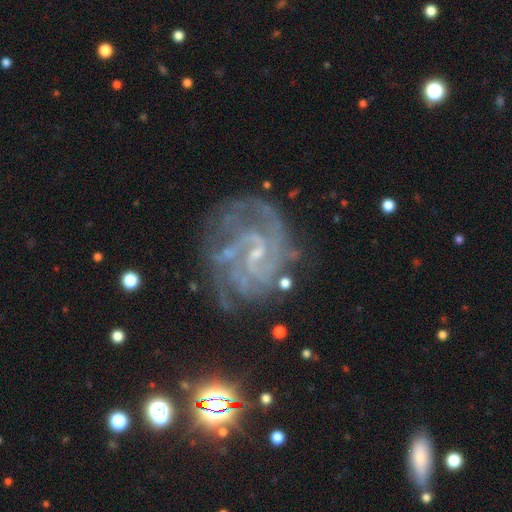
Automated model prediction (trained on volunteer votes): Overall: featured or disk (87%). Edge-on disk: no (98%). Bar: weak (51%; no 34%). Spiral arms: yes (96%). Spiral arm count: can't tell (26%; 2 23%). Spiral winding: tight (53%; medium 38%). Bulge size: small (72%). Merging: none (64%).